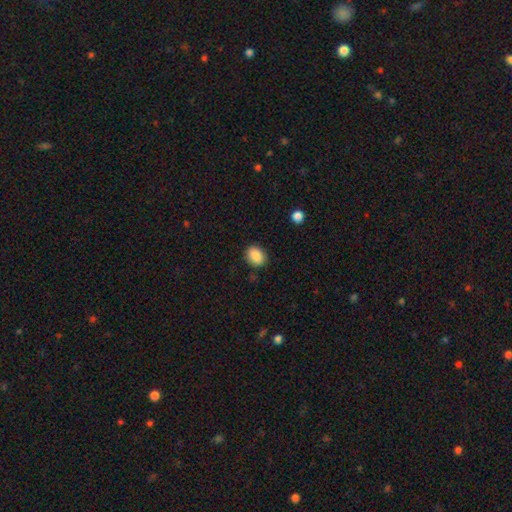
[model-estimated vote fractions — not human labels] smooth 88%, star or artifact 8%, featured or disk 4%. Down the decision tree: how rounded — in between (58%); merging — none (86%).